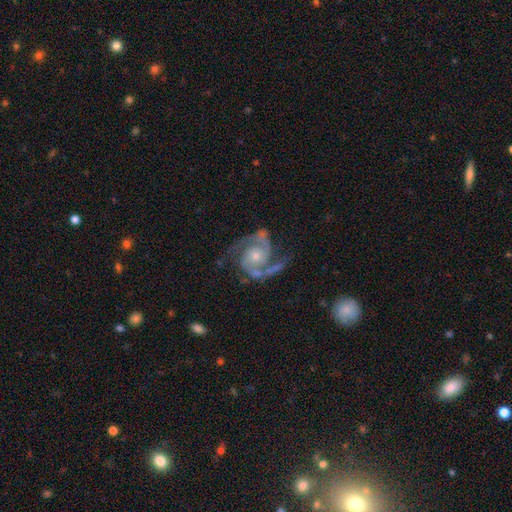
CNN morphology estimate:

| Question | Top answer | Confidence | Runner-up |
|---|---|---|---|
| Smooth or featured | featured or disk | 92% | star or artifact (5%) |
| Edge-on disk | no | 98% | yes (2%) |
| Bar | no | 68% | weak (24%) |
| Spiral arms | yes | 98% | no (2%) |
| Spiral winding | medium | 59% | tight (29%) |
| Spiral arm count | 2 | 91% | 3 (4%) |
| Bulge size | small | 52% | moderate (41%) |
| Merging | none | 70% | minor disturbance (17%) |